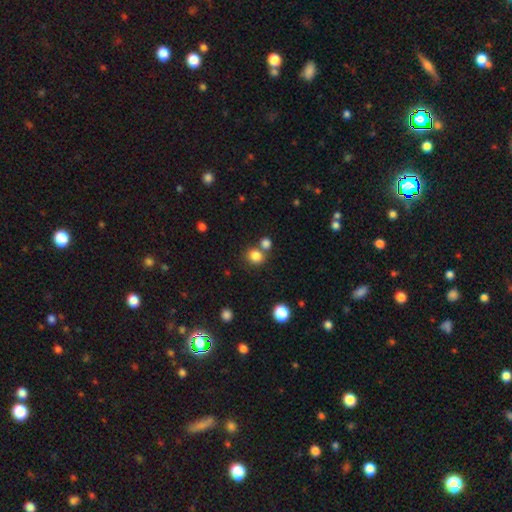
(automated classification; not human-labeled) Smooth or featured? Predicted: smooth (p=0.82). How rounded? Predicted: round (p=0.79). Merging? Predicted: none (p=0.63).